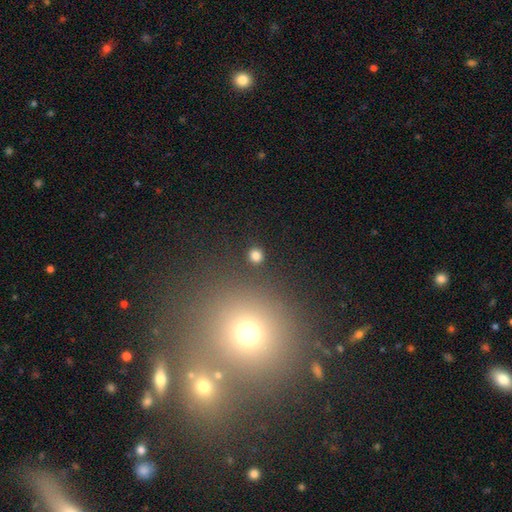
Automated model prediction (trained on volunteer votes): Smooth or featured? Predicted: smooth (p=0.80). How rounded? Predicted: round (p=0.90). Merging? Predicted: none (p=0.89).